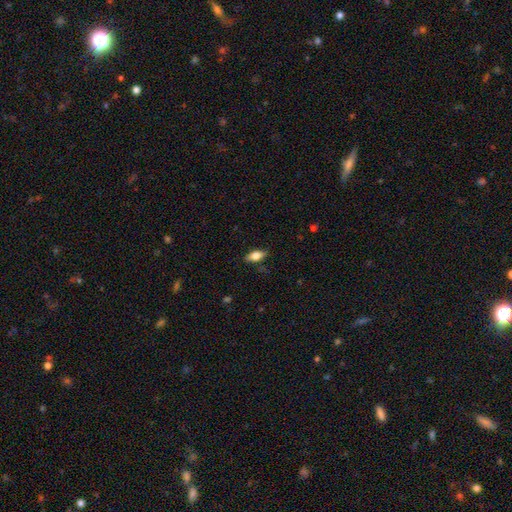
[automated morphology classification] Smooth or featured: smooth — 71% (featured or disk — 22%)
How rounded: in between — 82% (cigar-shaped — 14%)
Merging: none — 84% (minor disturbance — 12%)